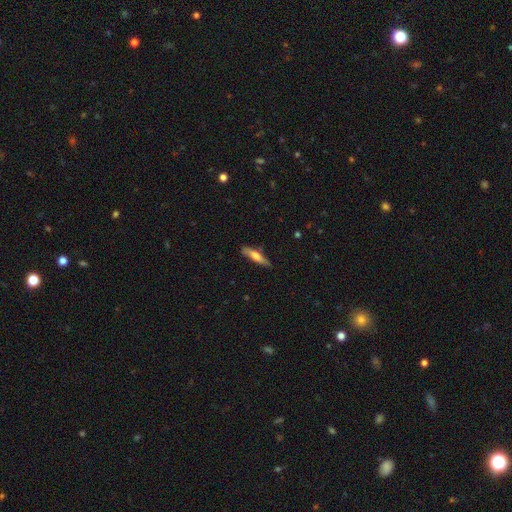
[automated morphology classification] Smooth or featured? Predicted: smooth (p=0.58). How rounded? Predicted: cigar-shaped (p=0.80). Merging? Predicted: none (p=0.79).